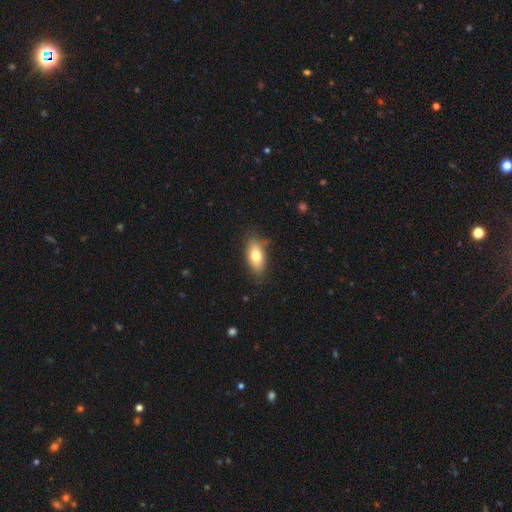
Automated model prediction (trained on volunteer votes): This is likely a smooth galaxy (75%). How rounded: clearly in between (86%). Merging: likely none (77%).